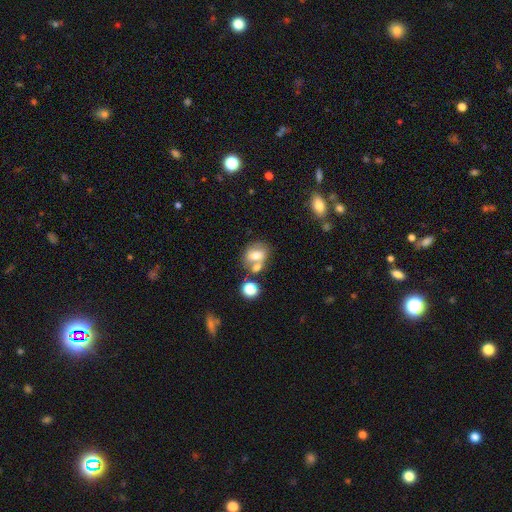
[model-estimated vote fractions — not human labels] Smooth or featured: smooth — 59% (featured or disk — 30%)
How rounded: in between — 59% (round — 40%)
Merging: none — 44% (merger — 36%)